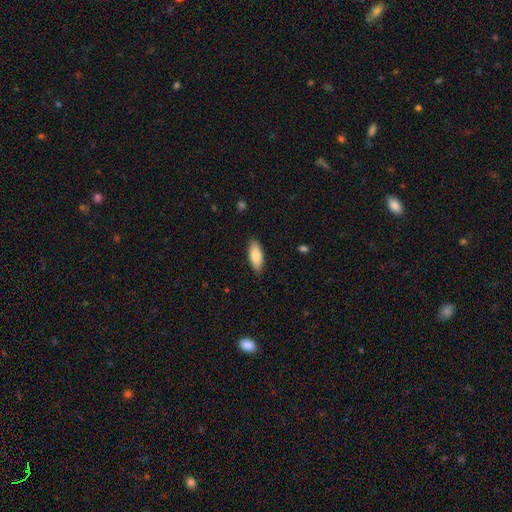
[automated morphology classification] smooth-or-featured: smooth: 85% | featured or disk: 9% | star or artifact: 6%
  how-rounded: in between: 78% | cigar-shaped: 21% | round: 2%
  merging: none: 87% | minor disturbance: 10% | major disturbance: 2% | merger: 1%